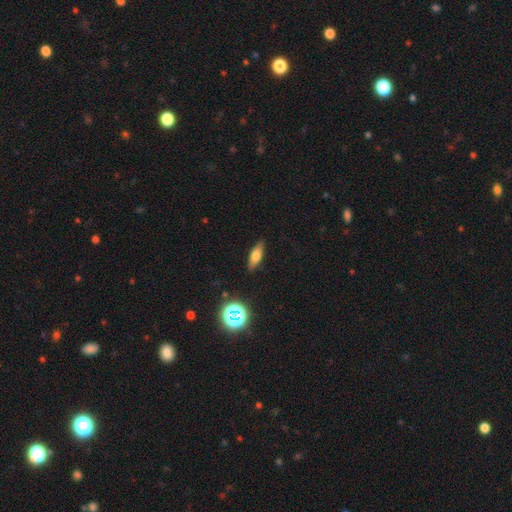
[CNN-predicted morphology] Smooth or featured: smooth — 60% (featured or disk — 28%)
How rounded: in between — 56% (cigar-shaped — 39%)
Merging: none — 87% (minor disturbance — 9%)